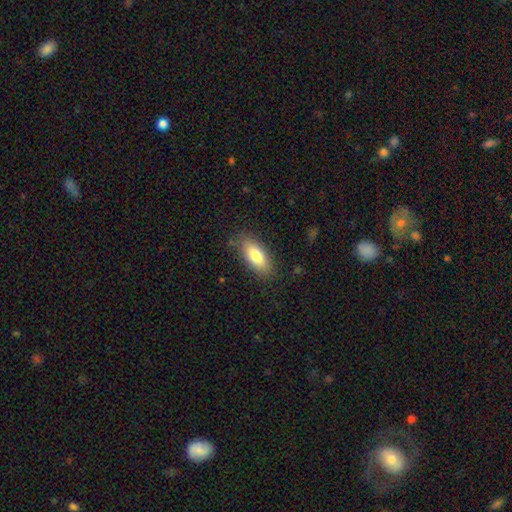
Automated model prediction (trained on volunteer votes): The model was most divided on "smooth or featured": smooth: 80%, featured or disk: 14%, star or artifact: 7%. More confident: how rounded — in between (83%); merging — none (82%).